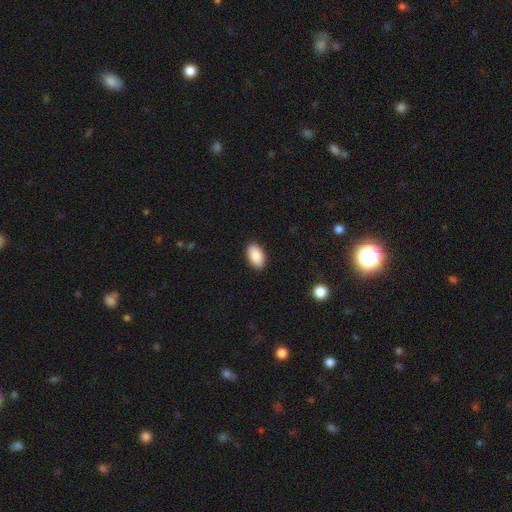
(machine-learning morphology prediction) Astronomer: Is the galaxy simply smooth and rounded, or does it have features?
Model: smooth — 90%.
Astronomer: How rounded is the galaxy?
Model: in between — 95%.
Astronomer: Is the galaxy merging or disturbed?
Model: none — 90%.